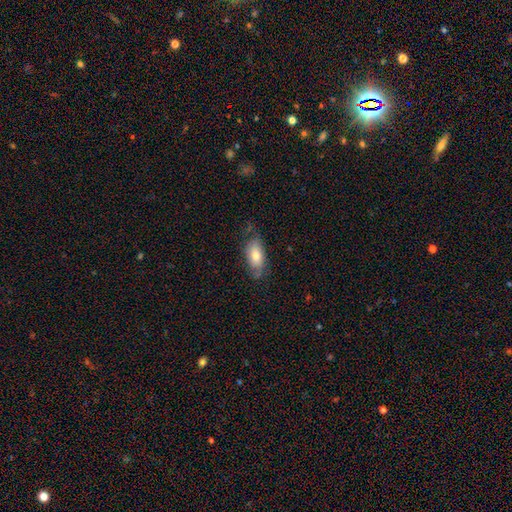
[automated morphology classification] type=smooth (70%); roundness=in between (90%); merging=none (64%).